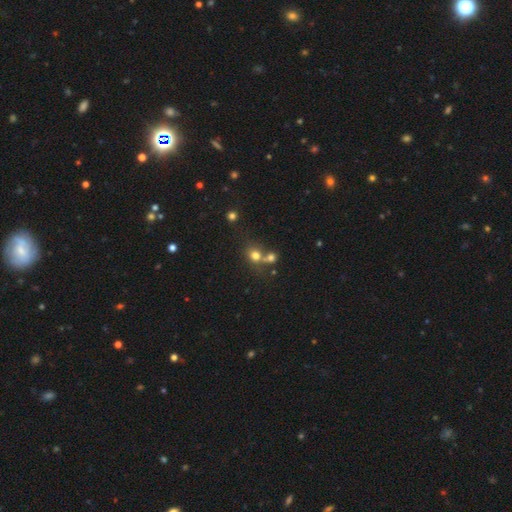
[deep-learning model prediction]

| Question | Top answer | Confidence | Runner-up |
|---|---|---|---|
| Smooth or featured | smooth | 72% | star or artifact (16%) |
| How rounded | round | 75% | in between (24%) |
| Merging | merger | 46% | none (40%) |